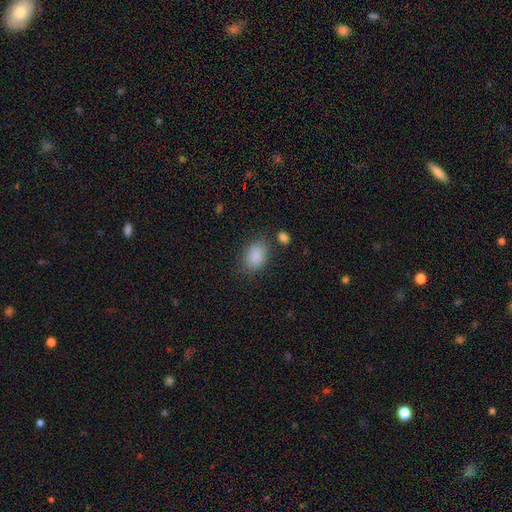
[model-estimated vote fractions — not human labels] Q: Smooth or featured?
A: smooth (87%); runner-up: star or artifact (9%)
Q: How rounded?
A: in between (82%); runner-up: round (17%)
Q: Merging?
A: none (74%); runner-up: minor disturbance (16%)